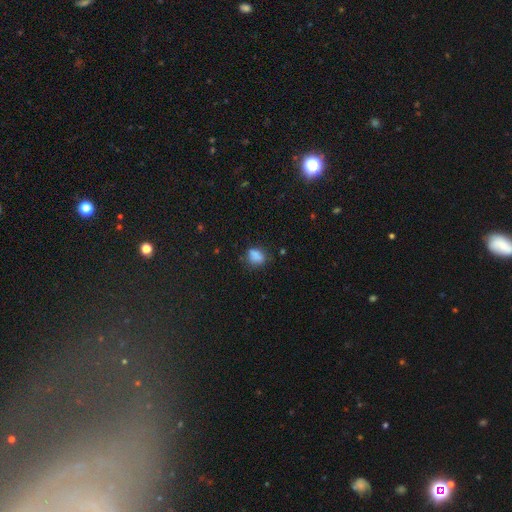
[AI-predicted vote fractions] Smooth or featured? Predicted: smooth (p=0.82). How rounded? Predicted: in between (p=0.67). Merging? Predicted: none (p=0.65).